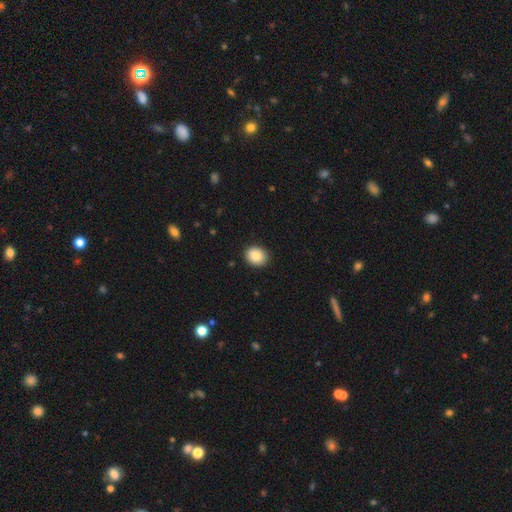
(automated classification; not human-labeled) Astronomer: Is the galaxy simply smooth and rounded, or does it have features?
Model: smooth — 86%.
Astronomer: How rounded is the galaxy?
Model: round — 64%.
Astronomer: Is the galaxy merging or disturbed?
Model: none — 91%.